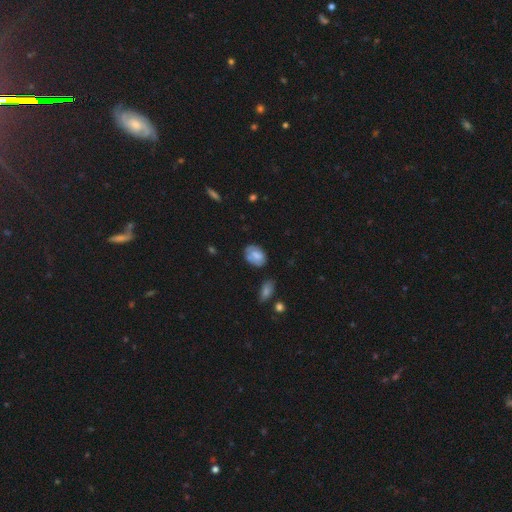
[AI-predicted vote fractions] The model was most divided on "smooth or featured": smooth: 64%, featured or disk: 28%, star or artifact: 8%. More confident: how rounded — in between (80%); merging — none (64%).